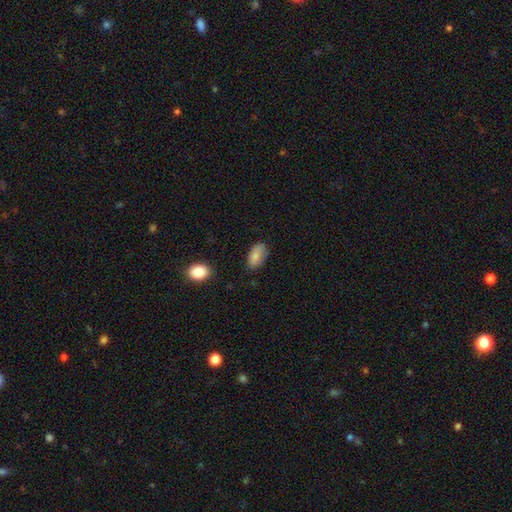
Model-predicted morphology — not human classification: Smooth or featured? Predicted: smooth (p=0.84). How rounded? Predicted: in between (p=0.93). Merging? Predicted: none (p=0.75).